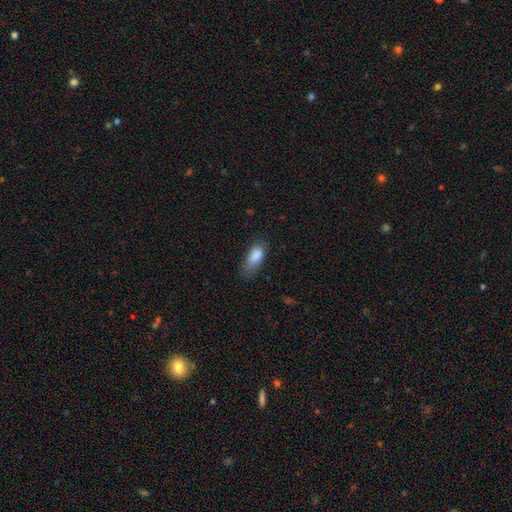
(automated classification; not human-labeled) smooth-or-featured: smooth: 85% | star or artifact: 8% | featured or disk: 7%
  how-rounded: in between: 84% | cigar-shaped: 13% | round: 3%
  merging: none: 50% | minor disturbance: 34% | major disturbance: 14% | merger: 2%